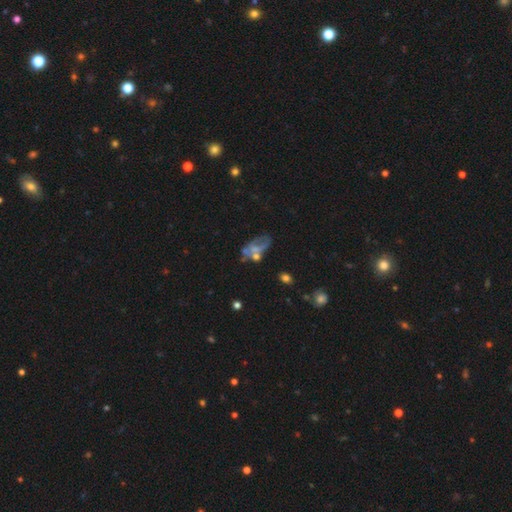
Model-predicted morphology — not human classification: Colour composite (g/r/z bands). It shows a featured or disk galaxy (45%). Merging: none (47%).